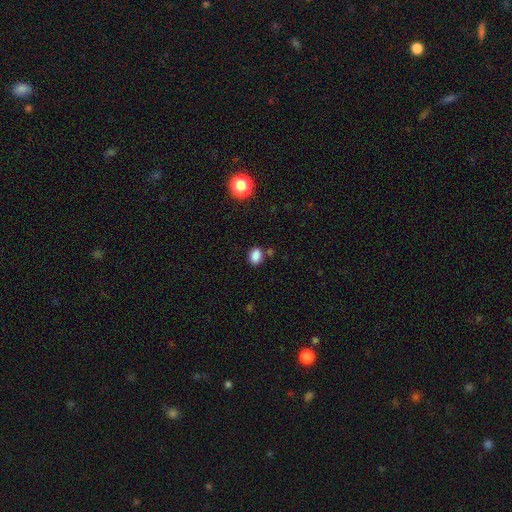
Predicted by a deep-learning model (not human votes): Smooth or featured? smooth (85%)
How rounded? in between (68%)
Merging? none (78%)